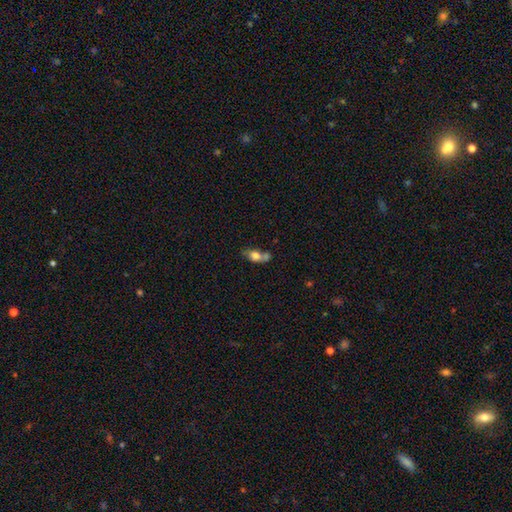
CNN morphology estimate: The model was most divided on "merging": merger: 47%, none: 33%, minor disturbance: 14%, major disturbance: 6%. More confident: how rounded — in between (73%); smooth or featured — smooth (71%).